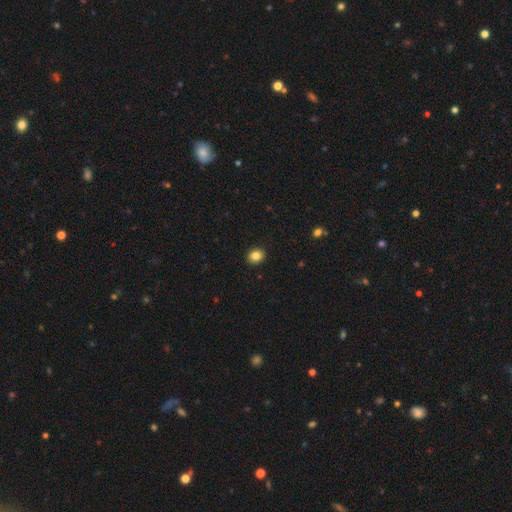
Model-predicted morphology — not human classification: type=smooth (85%); roundness=round (61%); merging=none (91%).